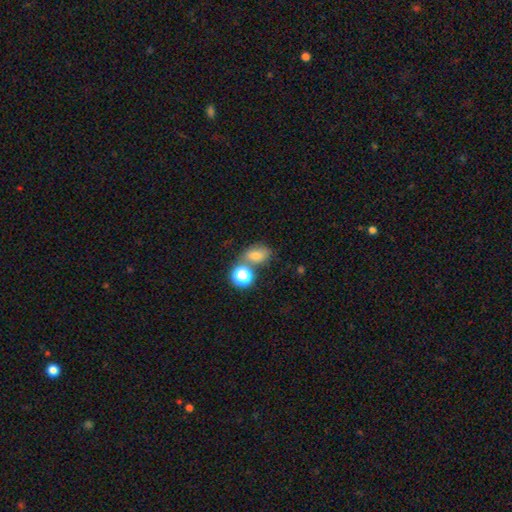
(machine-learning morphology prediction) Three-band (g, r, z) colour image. It shows a smooth galaxy with no disk features (71%) that is in between round and cigar-shaped (65%). Merging: none (55%).